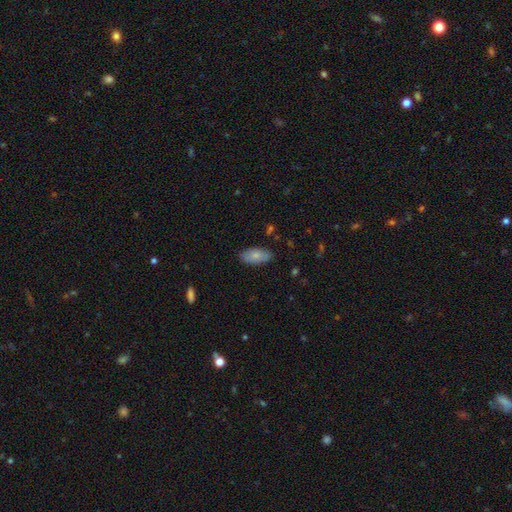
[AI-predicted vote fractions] Smooth or featured? Predicted: smooth (p=0.79). How rounded? Predicted: in between (p=0.92). Merging? Predicted: none (p=0.83).